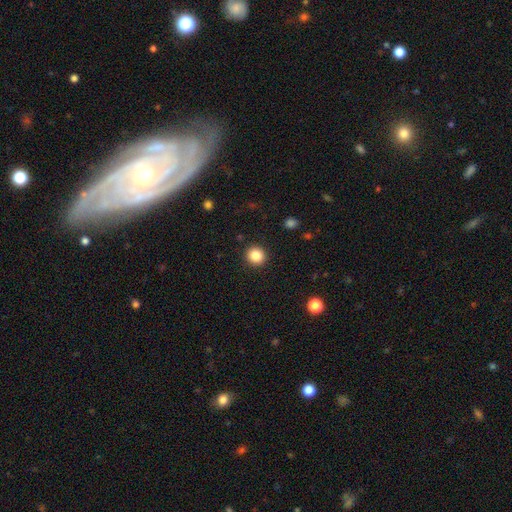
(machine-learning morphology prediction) smooth 85%, star or artifact 10%, featured or disk 5%. Down the decision tree: how rounded — round (92%); merging — none (92%).